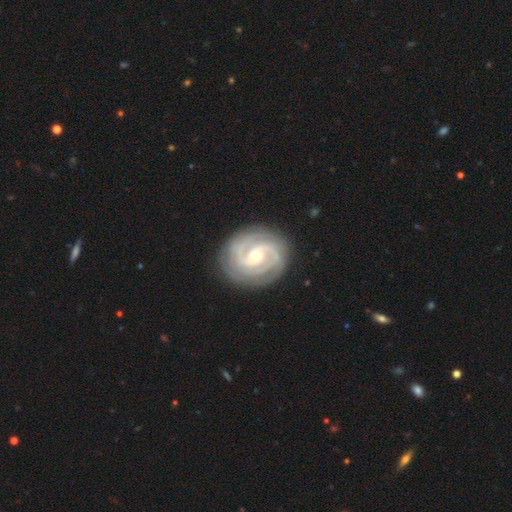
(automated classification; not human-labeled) Q: Smooth or featured?
A: featured or disk (91%); runner-up: smooth (5%)
Q: Edge-on disk?
A: no (98%); runner-up: yes (2%)
Q: Bar?
A: no (44%); runner-up: weak (41%)
Q: Spiral arms?
A: yes (98%); runner-up: no (2%)
Q: Spiral winding?
A: tight (68%); runner-up: medium (29%)
Q: Spiral arm count?
A: 2 (41%); runner-up: 3 (30%)
Q: Bulge size?
A: small (55%); runner-up: moderate (42%)
Q: Merging?
A: none (85%); runner-up: minor disturbance (11%)